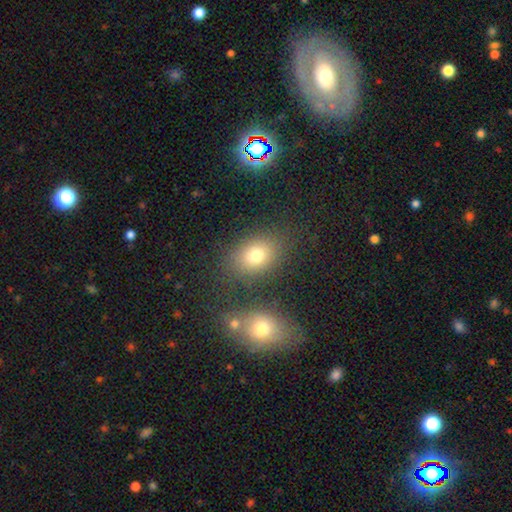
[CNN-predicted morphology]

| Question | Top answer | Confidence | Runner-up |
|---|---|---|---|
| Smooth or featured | smooth | 75% | star or artifact (14%) |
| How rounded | in between | 65% | round (34%) |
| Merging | none | 76% | minor disturbance (11%) |